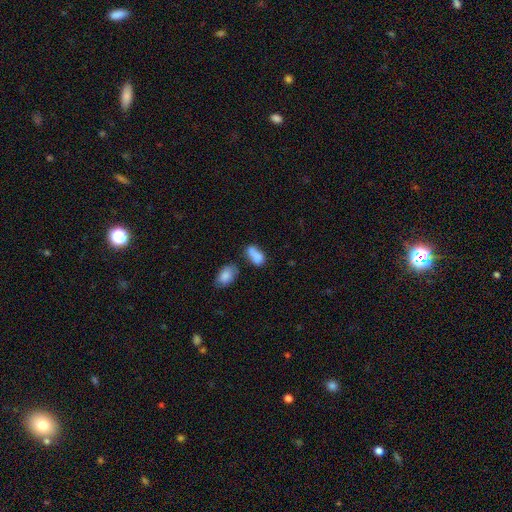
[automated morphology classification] A smooth galaxy with no disk features (81%) that is in between round and cigar-shaped (87%).

Vote fractions:
- Smooth or featured? smooth: 81% / featured or disk: 10% / star or artifact: 10%
- How rounded? in between: 87% / round: 7% / cigar-shaped: 6%
- Merging? none: 39% / merger: 26% / minor disturbance: 24% / major disturbance: 12%